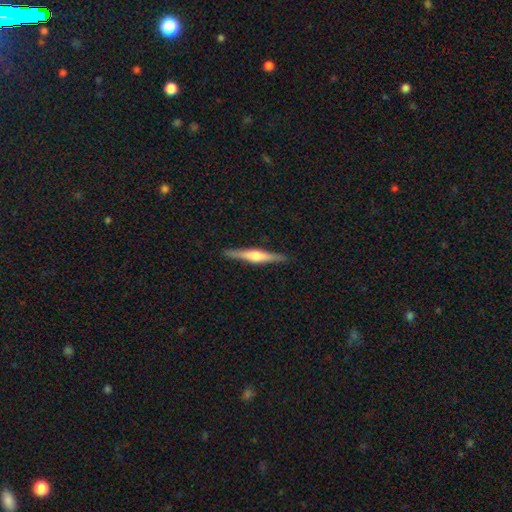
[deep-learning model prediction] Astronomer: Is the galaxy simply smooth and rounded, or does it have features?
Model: featured or disk — 67%.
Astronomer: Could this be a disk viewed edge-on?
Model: yes — 98%.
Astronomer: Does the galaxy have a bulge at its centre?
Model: rounded — 78%.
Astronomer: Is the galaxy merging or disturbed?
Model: none — 91%.